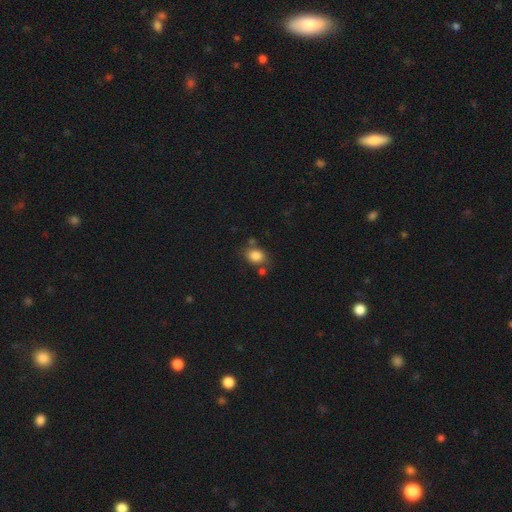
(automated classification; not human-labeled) The model was most divided on "how rounded": in between: 54%, round: 45%, cigar-shaped: 1%. More confident: smooth or featured — smooth (84%); merging — none (66%).